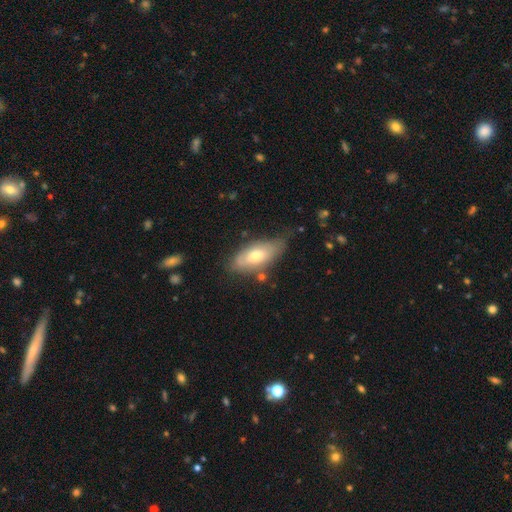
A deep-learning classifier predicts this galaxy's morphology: smooth-or-featured: smooth: 61% | featured or disk: 32% | star or artifact: 8%
  how-rounded: in between: 81% | cigar-shaped: 16% | round: 3%
  merging: none: 65% | minor disturbance: 26% | major disturbance: 6% | merger: 4%